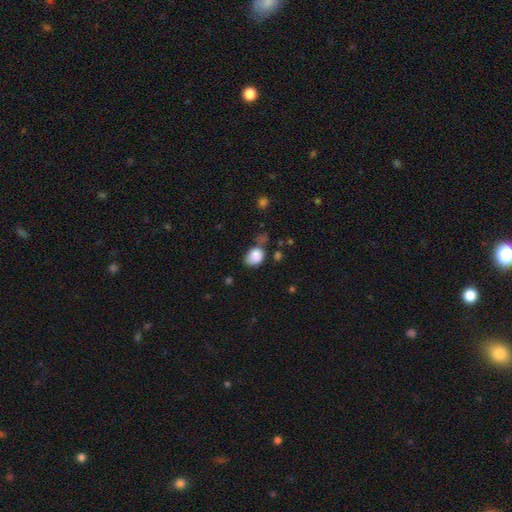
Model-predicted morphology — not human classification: smooth-or-featured: smooth: 84% | star or artifact: 9% | featured or disk: 7%
  how-rounded: in between: 69% | round: 30% | cigar-shaped: 1%
  merging: none: 44% | minor disturbance: 33% | major disturbance: 13% | merger: 10%